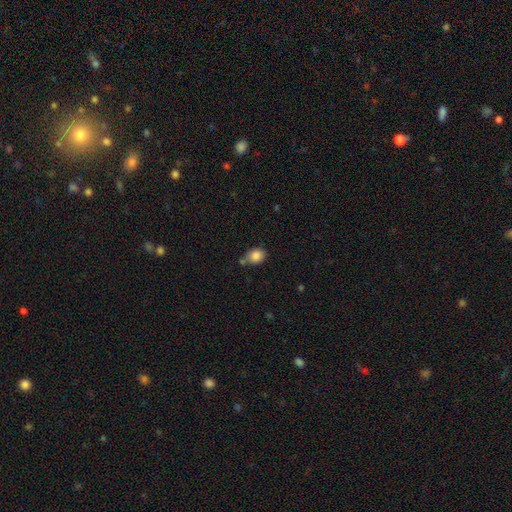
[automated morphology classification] A smooth galaxy with no disk features (85%) that is in between round and cigar-shaped (55%).

Vote fractions:
- Smooth or featured? smooth: 85% / star or artifact: 9% / featured or disk: 6%
- How rounded? in between: 55% / round: 44% / cigar-shaped: 1%
- Merging? none: 56% / minor disturbance: 22% / merger: 17% / major disturbance: 5%